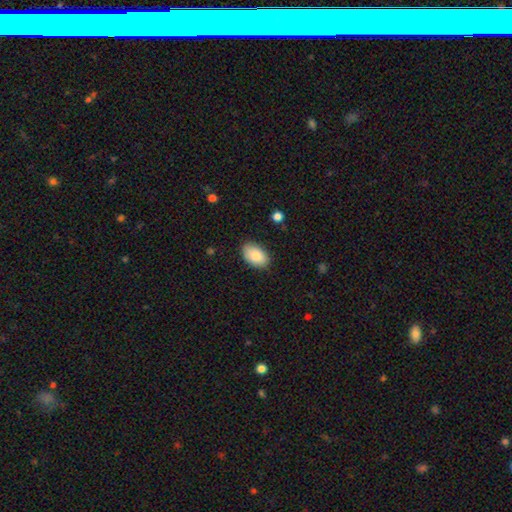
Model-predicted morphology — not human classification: Q: Smooth or featured?
A: smooth (86%); runner-up: featured or disk (8%)
Q: How rounded?
A: in between (92%); runner-up: round (7%)
Q: Merging?
A: none (84%); runner-up: minor disturbance (13%)